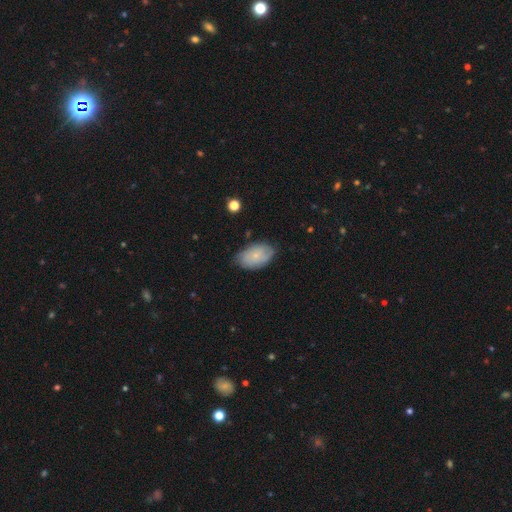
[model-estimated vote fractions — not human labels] smooth_or_featured: smooth (p=0.52) [alt: featured or disk p=0.41]
how_rounded: in between (p=0.90) [alt: round p=0.08]
merging: none (p=0.70) [alt: minor disturbance p=0.23]